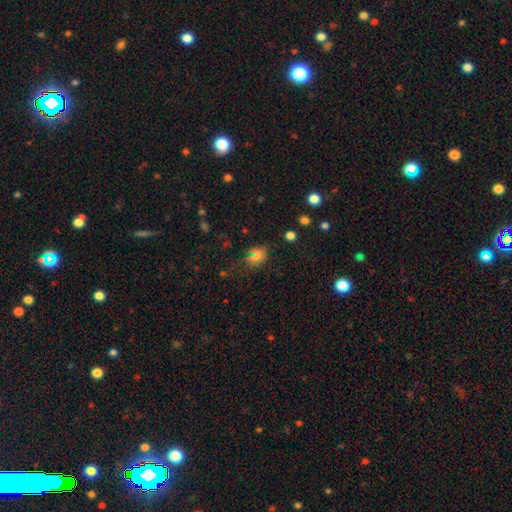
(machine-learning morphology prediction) The model was most divided on "how rounded": in between: 50%, round: 48%, cigar-shaped: 2%. More confident: merging — none (72%); smooth or featured — smooth (66%).